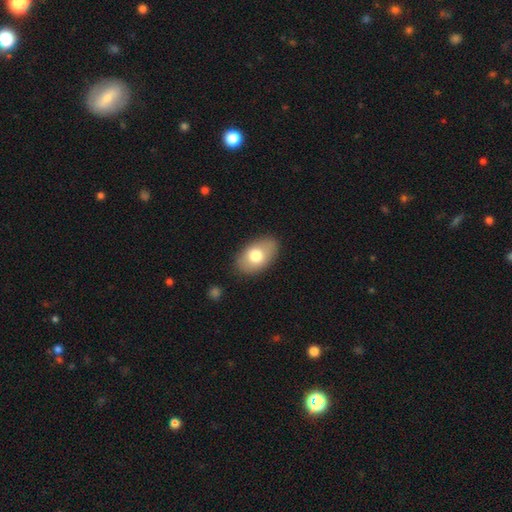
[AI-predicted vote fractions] A smooth galaxy with no disk features (73%) that is in between round and cigar-shaped (89%).

Vote fractions:
- Smooth or featured? smooth: 73% / featured or disk: 20% / star or artifact: 7%
- How rounded? in between: 89% / round: 9% / cigar-shaped: 1%
- Merging? none: 84% / minor disturbance: 12% / major disturbance: 3% / merger: 1%